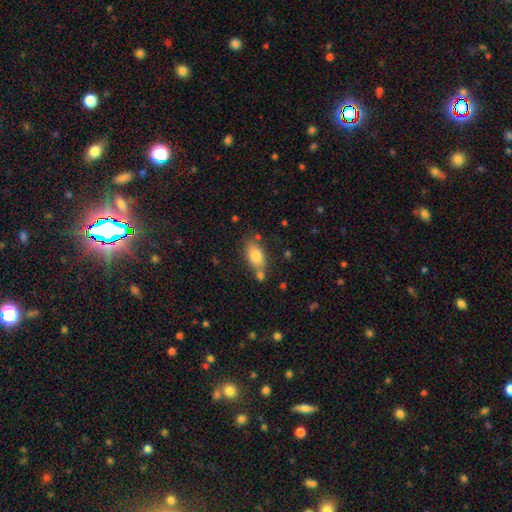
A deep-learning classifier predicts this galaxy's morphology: type=smooth (80%); roundness=in between (88%); merging=none (66%).